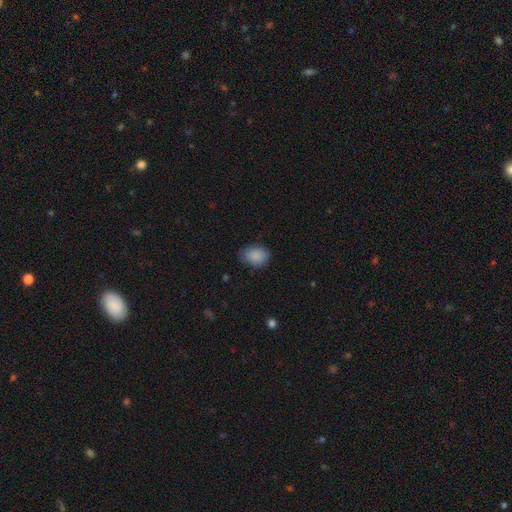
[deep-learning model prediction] Q: Smooth or featured?
A: smooth (88%); runner-up: star or artifact (8%)
Q: How rounded?
A: in between (64%); runner-up: round (36%)
Q: Merging?
A: none (73%); runner-up: minor disturbance (21%)